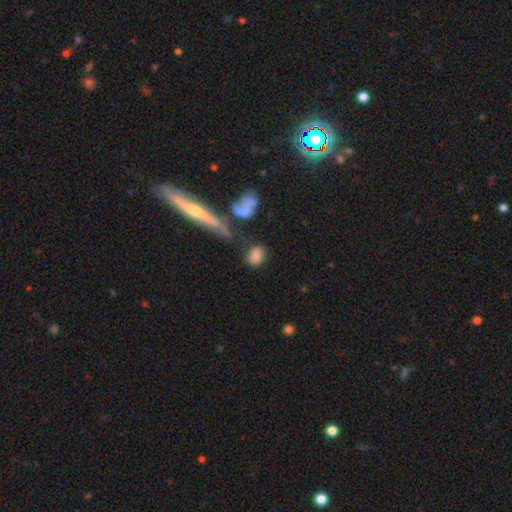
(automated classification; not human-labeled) Smooth or featured: smooth — 79% (featured or disk — 11%)
How rounded: in between — 73% (round — 22%)
Merging: none — 64% (minor disturbance — 16%)